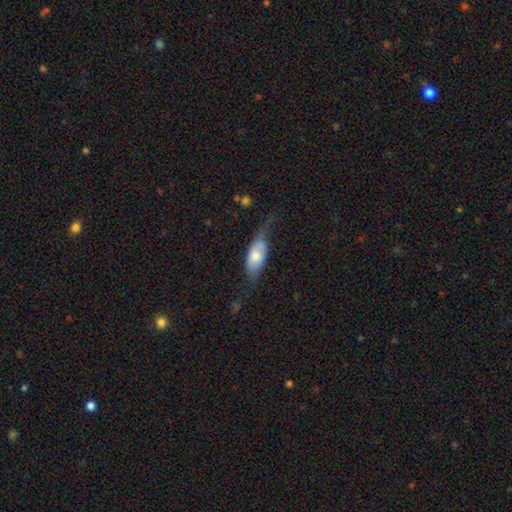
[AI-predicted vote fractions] smooth 63%, featured or disk 31%, star or artifact 6%. Down the decision tree: how rounded — in between (82%); merging — none (38%).